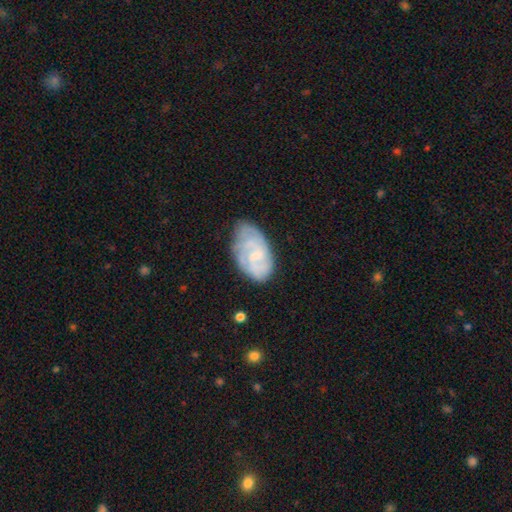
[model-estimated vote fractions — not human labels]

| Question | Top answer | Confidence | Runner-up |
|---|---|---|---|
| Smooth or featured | featured or disk | 66% | smooth (28%) |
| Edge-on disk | no | 97% | yes (3%) |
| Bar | no | 54% | weak (40%) |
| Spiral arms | yes | 83% | no (17%) |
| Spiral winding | tight | 53% | medium (35%) |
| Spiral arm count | can't tell | 43% | 2 (25%) |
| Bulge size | small | 59% | moderate (25%) |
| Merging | none | 61% | minor disturbance (28%) |